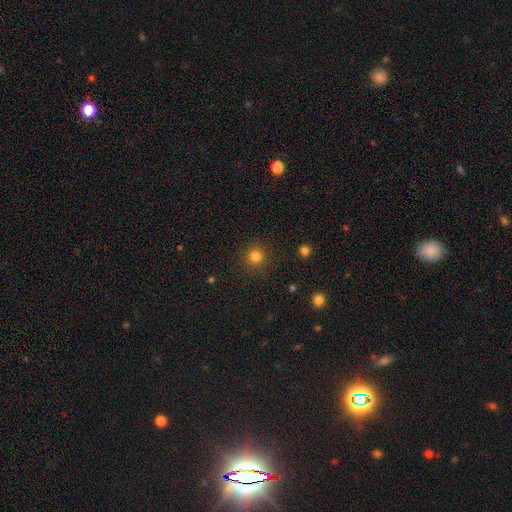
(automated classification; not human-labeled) Morphology: type=smooth (81%); roundness=round (94%); merging=none (90%).